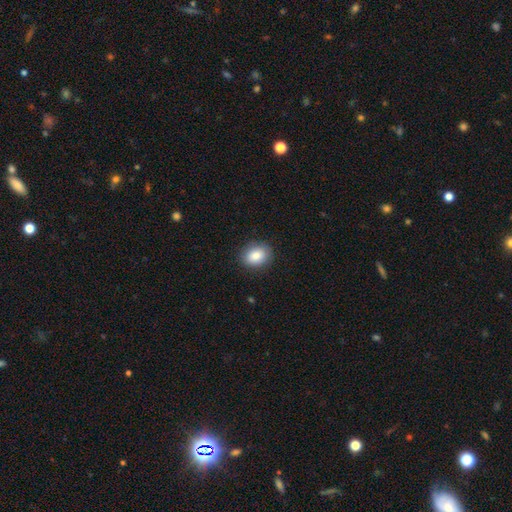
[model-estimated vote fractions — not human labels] Overall: smooth (85%). How rounded: in between (58%; round 41%). Merging: none (88%).